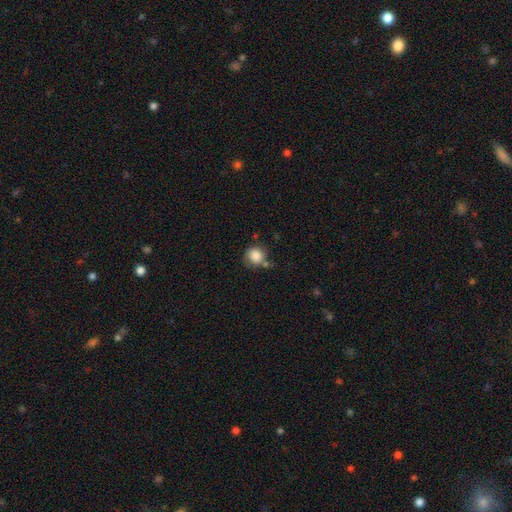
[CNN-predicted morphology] smooth-or-featured: smooth: 83% | star or artifact: 9% | featured or disk: 8%
  how-rounded: round: 86% | in between: 13% | cigar-shaped: 1%
  merging: none: 61% | minor disturbance: 22% | merger: 11% | major disturbance: 7%